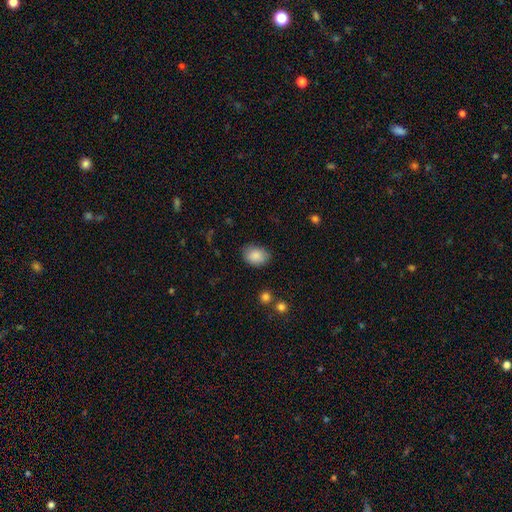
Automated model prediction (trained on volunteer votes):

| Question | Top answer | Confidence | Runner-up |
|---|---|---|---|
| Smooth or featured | smooth | 87% | star or artifact (8%) |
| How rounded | in between | 70% | round (29%) |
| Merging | none | 78% | minor disturbance (17%) |